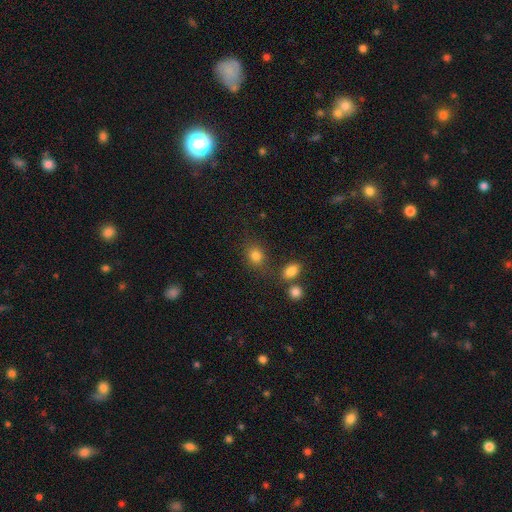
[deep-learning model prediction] Smooth or featured?
  - smooth: 81% *
  - star or artifact: 13%
  - featured or disk: 7%
How rounded?
  - round: 63% *
  - in between: 36%
  - cigar-shaped: 1%
Merging?
  - none: 74% *
  - minor disturbance: 12%
  - merger: 8%
  - major disturbance: 5%